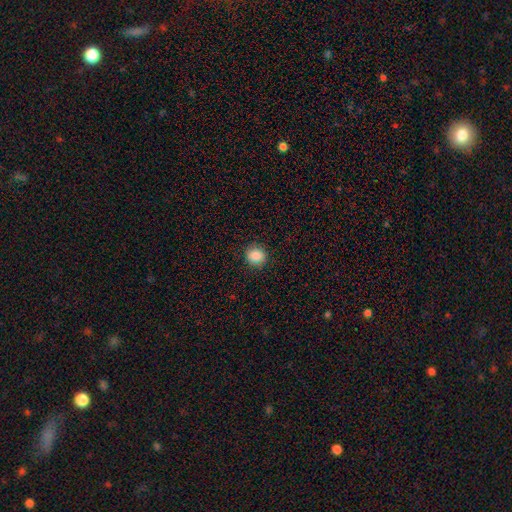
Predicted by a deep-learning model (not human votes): Overall: smooth (87%). How rounded: round (87%). Merging: none (89%).